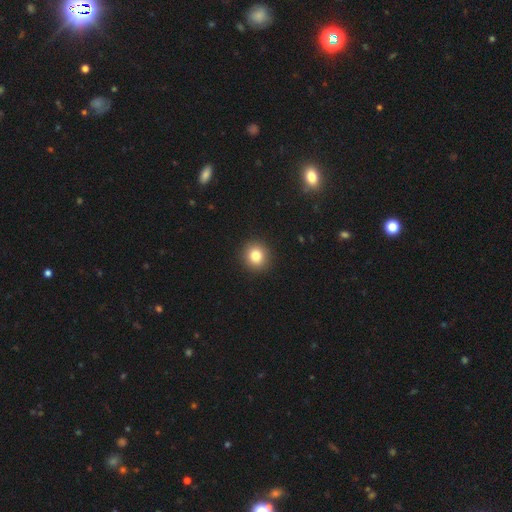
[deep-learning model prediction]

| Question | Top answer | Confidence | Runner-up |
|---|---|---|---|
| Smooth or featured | smooth | 82% | star or artifact (11%) |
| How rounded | round | 89% | in between (10%) |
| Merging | none | 92% | minor disturbance (5%) |